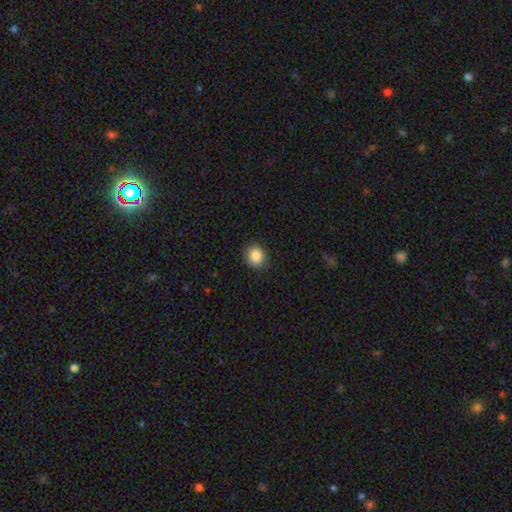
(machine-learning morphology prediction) type=smooth (88%); roundness=round (75%); merging=none (88%).